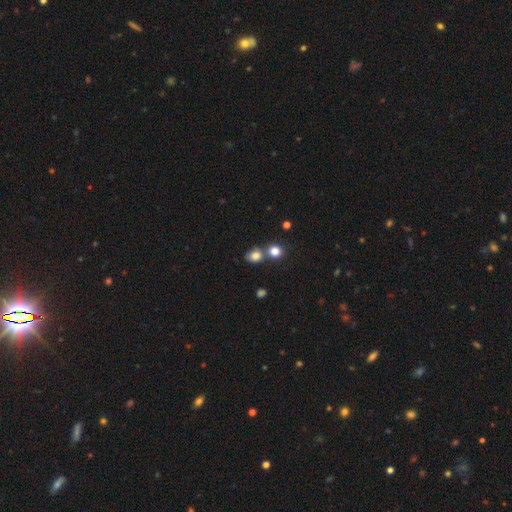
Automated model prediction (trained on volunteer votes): Smooth or featured? smooth (80%)
How rounded? round (55%)
Merging? none (51%)